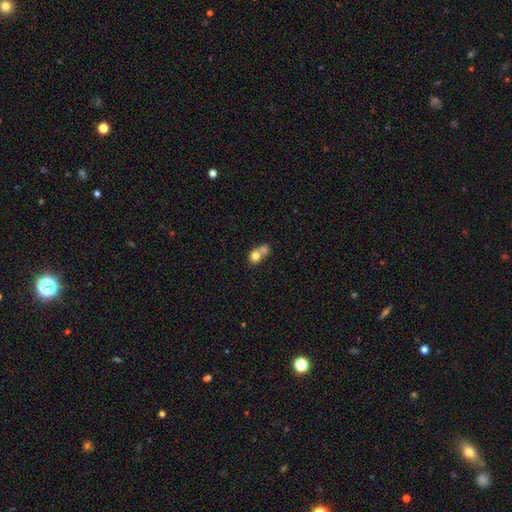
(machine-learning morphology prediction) smooth 73%, featured or disk 17%, star or artifact 9%. Down the decision tree: how rounded — round (65%); merging — merger (68%).